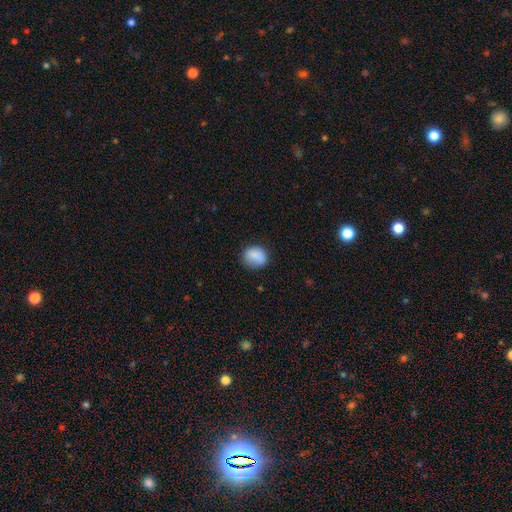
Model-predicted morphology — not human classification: This appears to be a smooth galaxy with no disk features (86%) that is round (58%). Merging: none (73%).